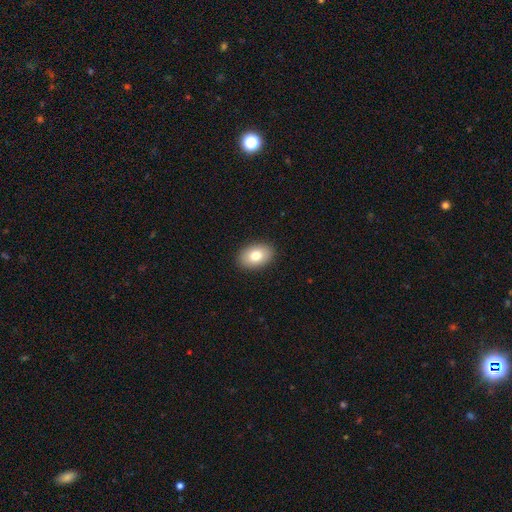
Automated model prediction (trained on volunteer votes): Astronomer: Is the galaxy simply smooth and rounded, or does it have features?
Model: smooth — 80%.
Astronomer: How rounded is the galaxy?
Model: in between — 87%.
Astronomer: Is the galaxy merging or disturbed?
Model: none — 90%.